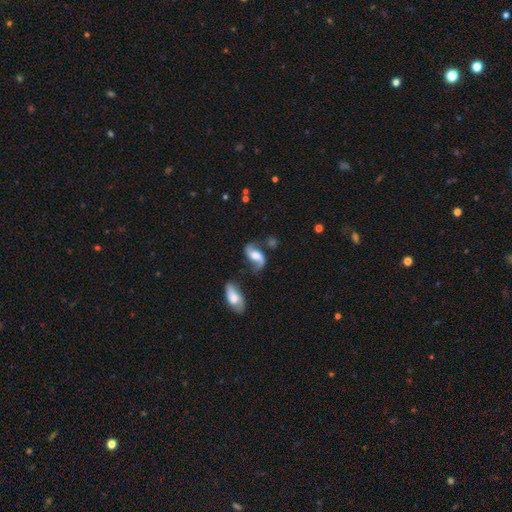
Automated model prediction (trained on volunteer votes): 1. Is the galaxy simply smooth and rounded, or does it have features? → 74% featured or disk, 18% smooth, 8% star or artifact.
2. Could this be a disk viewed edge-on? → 96% no, 4% yes.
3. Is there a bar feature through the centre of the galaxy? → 47% no, 40% weak, 13% strong.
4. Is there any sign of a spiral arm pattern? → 93% yes, 7% no.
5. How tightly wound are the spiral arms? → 68% loose, 25% medium, 6% tight.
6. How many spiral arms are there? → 91% 2, 3% can't tell, 3% 1, 1% 3, 1% 4, 1% more than 4.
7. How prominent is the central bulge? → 34% moderate, 31% large, 15% none, 15% small, 5% dominant.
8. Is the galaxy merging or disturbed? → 61% none, 19% minor disturbance, 10% major disturbance, 9% merger.